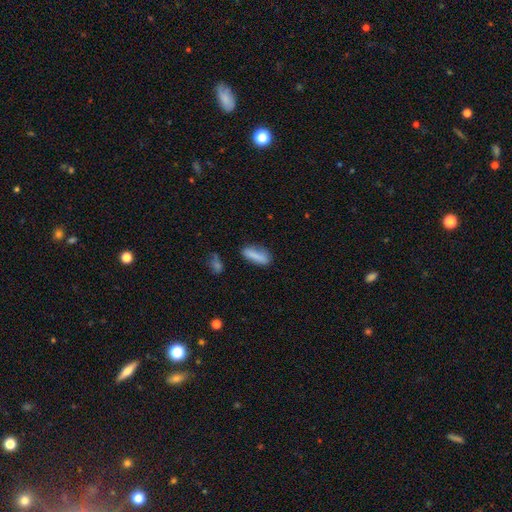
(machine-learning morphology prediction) A smooth galaxy with no disk features (81%) that is in between round and cigar-shaped (55%). Merging: none (68%).